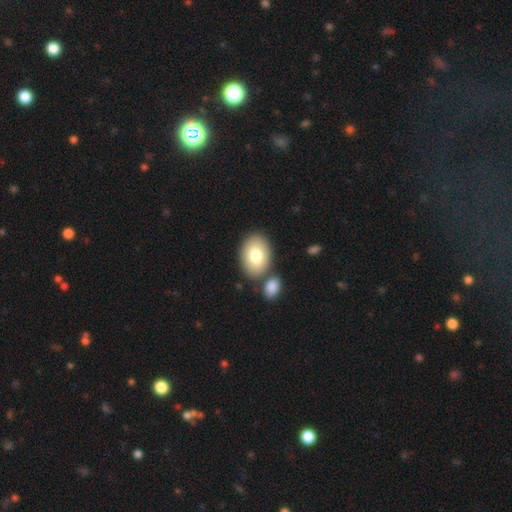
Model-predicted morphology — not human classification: Smooth or featured: smooth — 78% (featured or disk — 16%)
How rounded: in between — 82% (round — 17%)
Merging: none — 70% (merger — 16%)